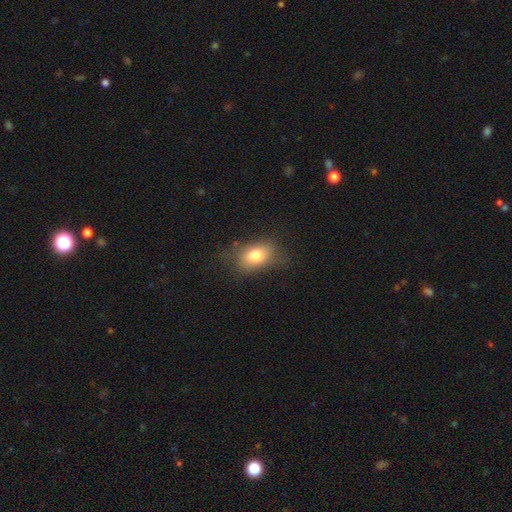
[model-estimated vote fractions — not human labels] This is likely a smooth galaxy (78%). How rounded: likely in between (80%). Merging: likely none (70%).